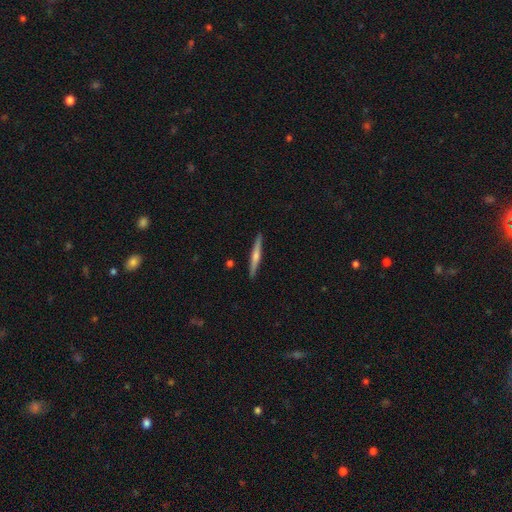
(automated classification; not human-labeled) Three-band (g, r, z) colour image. It shows a featured or disk galaxy (63%) viewed edge-on (98%) with a rounded central bulge (75%). Merging: none (92%).